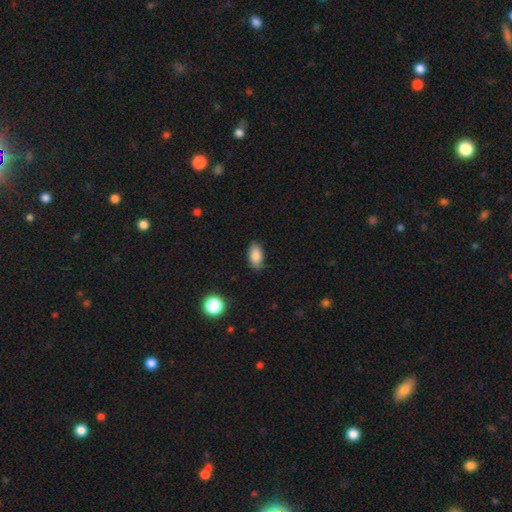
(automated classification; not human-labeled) Smooth or featured: smooth — 87% (star or artifact — 8%)
How rounded: in between — 92% (round — 5%)
Merging: none — 84% (minor disturbance — 12%)